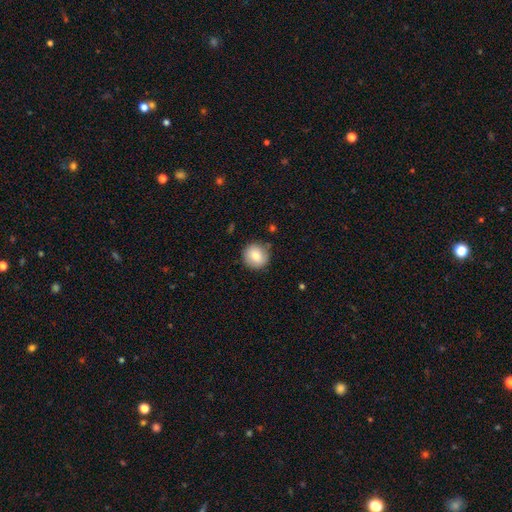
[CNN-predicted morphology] Smooth or featured: smooth — 76% (featured or disk — 16%)
How rounded: round — 92% (in between — 7%)
Merging: none — 83% (minor disturbance — 12%)